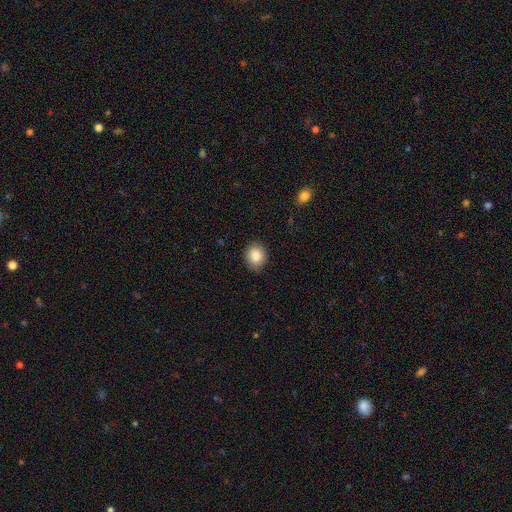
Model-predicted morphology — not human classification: Overall: smooth (87%). How rounded: round (64%; in between 35%). Merging: none (87%).